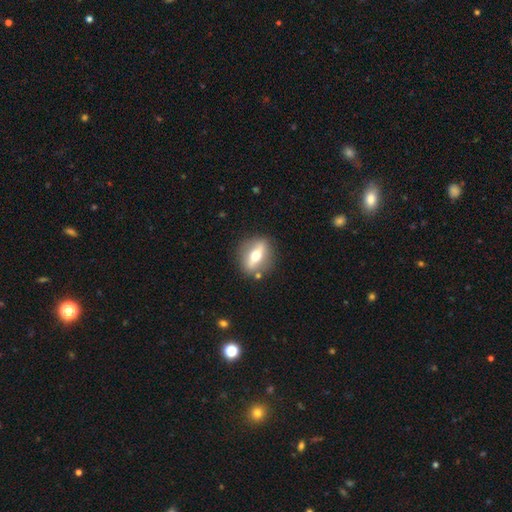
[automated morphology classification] Smooth or featured? featured or disk (58%)
Edge-on disk? yes (55%)
Merging? none (84%)